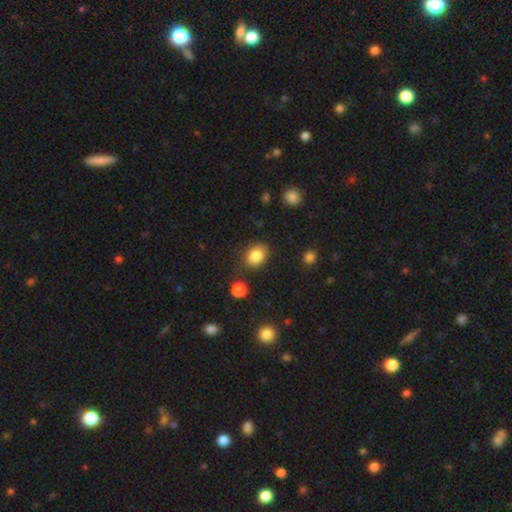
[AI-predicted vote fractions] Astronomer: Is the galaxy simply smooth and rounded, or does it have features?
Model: smooth — 85%.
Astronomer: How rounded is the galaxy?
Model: in between — 55% (runner-up: round, 44%).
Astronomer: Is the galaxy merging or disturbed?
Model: none — 79%.